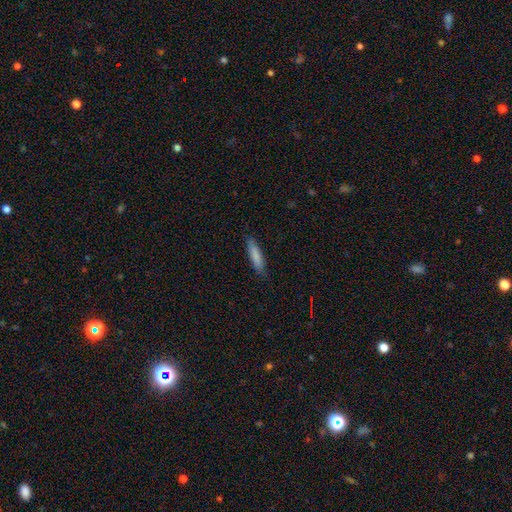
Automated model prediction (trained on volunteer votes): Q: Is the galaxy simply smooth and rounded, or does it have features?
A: smooth — 83%.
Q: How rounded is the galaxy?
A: cigar-shaped — 76%.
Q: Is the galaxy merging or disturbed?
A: none — 84%.